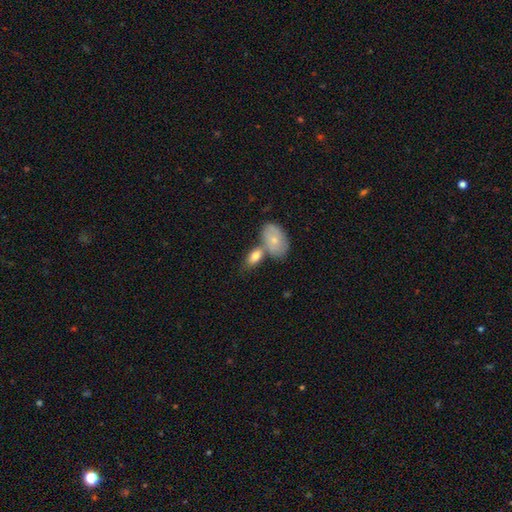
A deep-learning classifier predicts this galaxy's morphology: type=smooth (77%); roundness=in between (88%); merging=merger (45%).